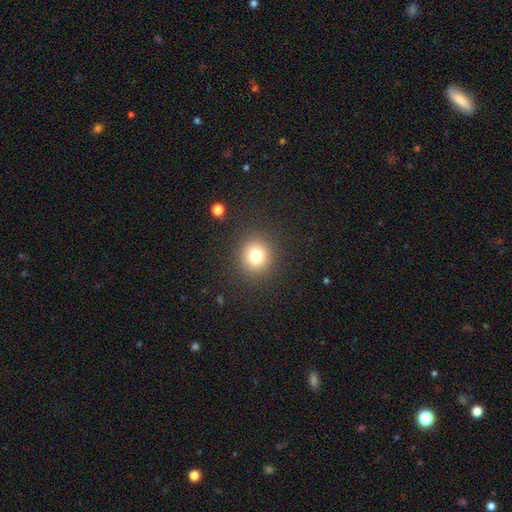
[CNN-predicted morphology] smooth 77%, star or artifact 14%, featured or disk 9%. Down the decision tree: how rounded — round (90%); merging — none (90%).